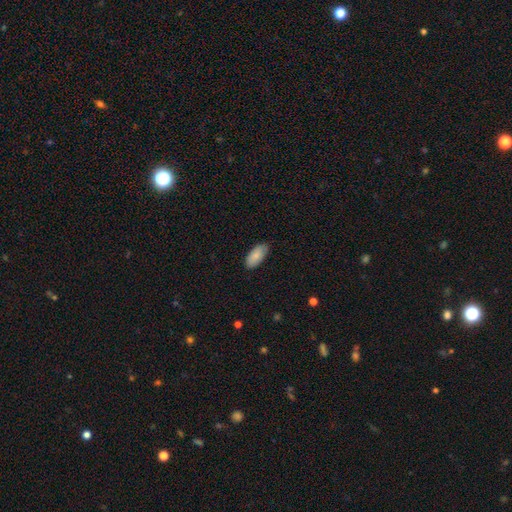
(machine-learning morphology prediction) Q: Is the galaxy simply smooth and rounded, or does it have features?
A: smooth — 86%.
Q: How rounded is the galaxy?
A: in between — 92%.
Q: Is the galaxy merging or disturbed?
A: none — 81%.